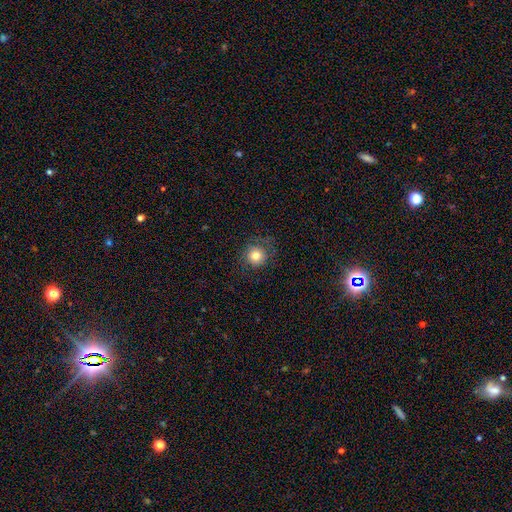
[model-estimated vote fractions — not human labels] smooth_or_featured: smooth (p=0.80) [alt: star or artifact p=0.11]
how_rounded: round (p=0.91) [alt: in between p=0.08]
merging: none (p=0.78) [alt: minor disturbance p=0.14]